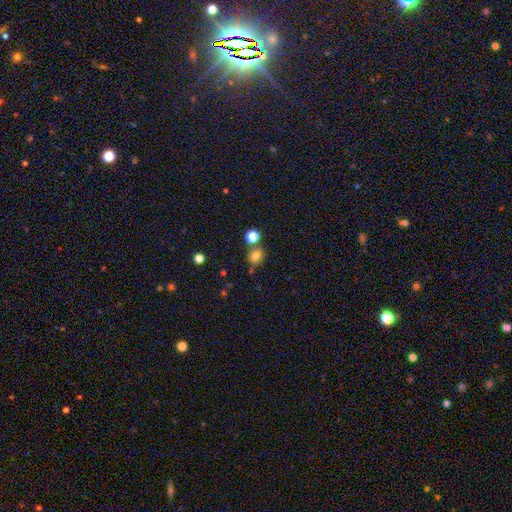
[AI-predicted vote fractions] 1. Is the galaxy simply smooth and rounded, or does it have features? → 75% smooth, 15% star or artifact, 10% featured or disk.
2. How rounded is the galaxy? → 50% in between, 49% round, 2% cigar-shaped.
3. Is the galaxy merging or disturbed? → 65% none, 16% merger, 14% minor disturbance, 5% major disturbance.